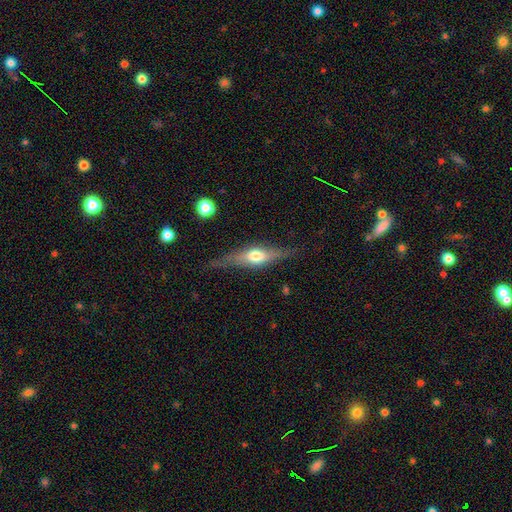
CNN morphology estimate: A featured or disk galaxy (63%) viewed edge-on (93%) with a rounded central bulge (90%). Merging: none (78%).